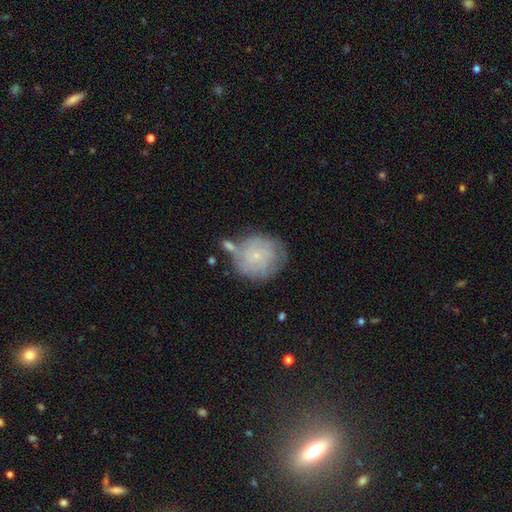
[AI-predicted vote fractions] Smooth or featured? featured or disk (53%)
Edge-on disk? no (97%)
Bar? no (85%)
Spiral arms? yes (75%)
Bulge size? small (84%)
Merging? none (57%)